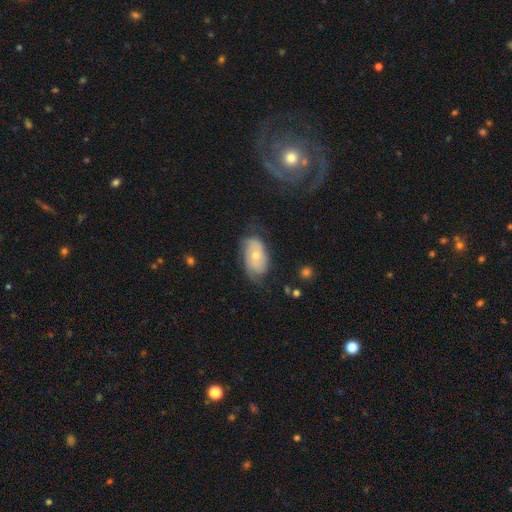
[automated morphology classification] Smooth or featured? Predicted: featured or disk (p=0.59). Edge-on disk? Predicted: no (p=0.94). Bar? Predicted: no (p=0.79). Spiral arms? Predicted: yes (p=0.82). Bulge size? Predicted: small (p=0.58). Merging? Predicted: none (p=0.56).